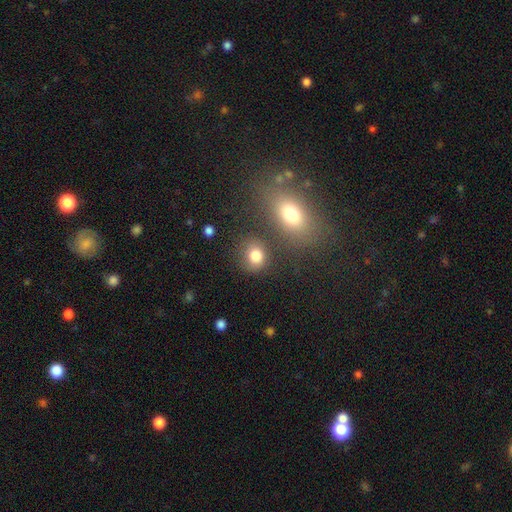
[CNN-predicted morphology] Q: Smooth or featured?
A: smooth (82%); runner-up: star or artifact (11%)
Q: How rounded?
A: round (69%); runner-up: in between (30%)
Q: Merging?
A: none (72%); runner-up: minor disturbance (12%)